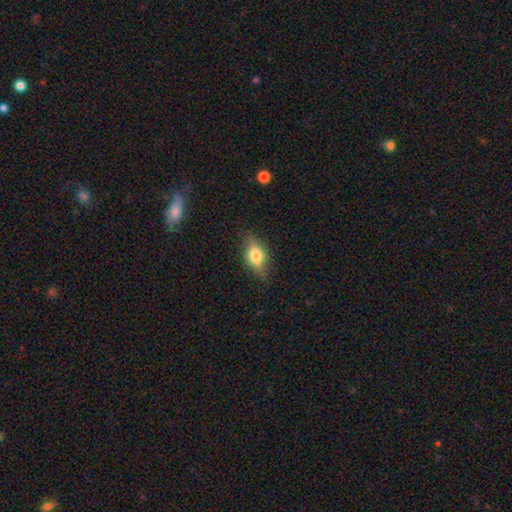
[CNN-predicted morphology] Q: Smooth or featured?
A: smooth (54%); runner-up: featured or disk (37%)
Q: How rounded?
A: in between (73%); runner-up: round (14%)
Q: Merging?
A: none (79%); runner-up: minor disturbance (16%)